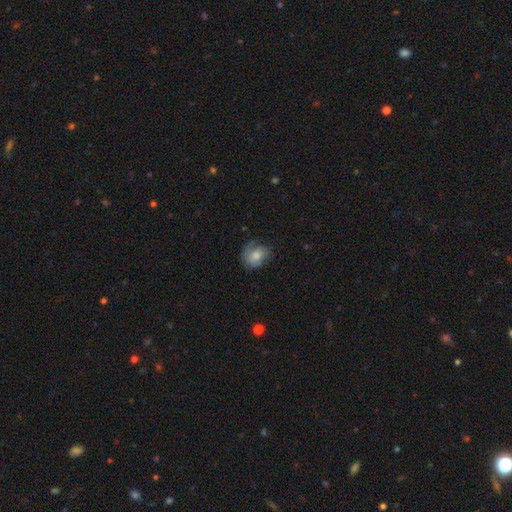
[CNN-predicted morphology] Smooth or featured: smooth — 66% (featured or disk — 26%)
How rounded: round — 52% (in between — 47%)
Merging: none — 53% (minor disturbance — 29%)